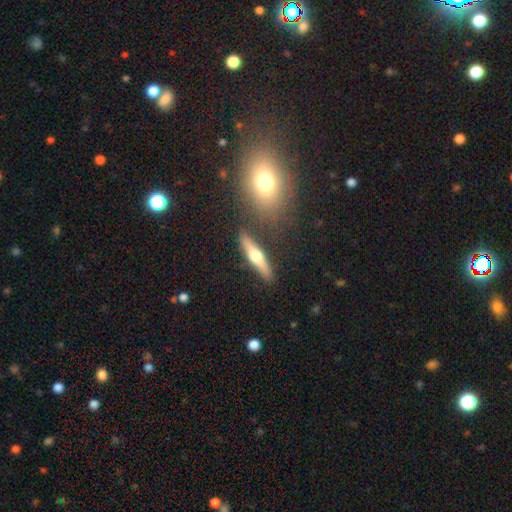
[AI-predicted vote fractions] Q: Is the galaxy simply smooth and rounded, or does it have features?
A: featured or disk — 50%.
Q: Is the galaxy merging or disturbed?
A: none — 83%.